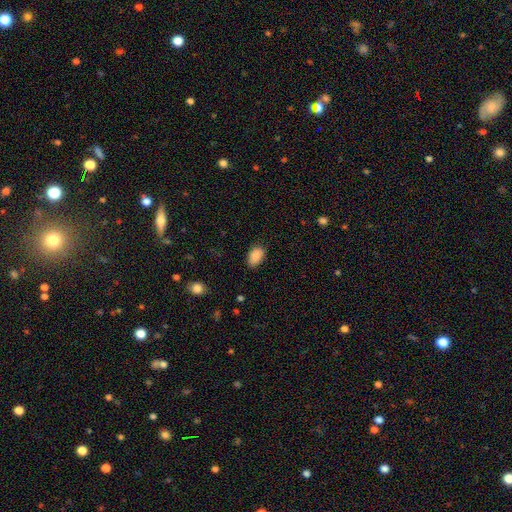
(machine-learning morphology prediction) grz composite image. It shows a smooth galaxy with no disk features (88%) that is in between round and cigar-shaped (91%). Merging: none (81%).